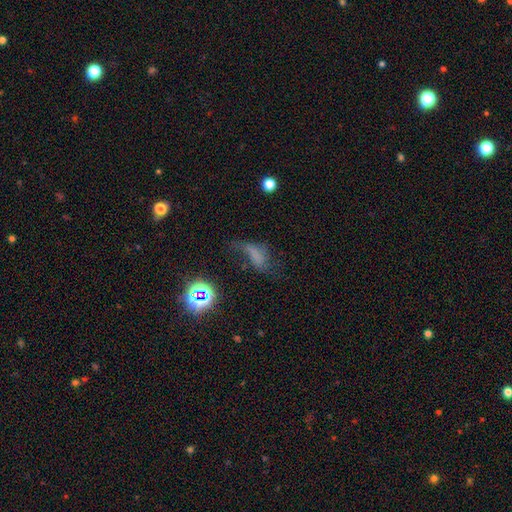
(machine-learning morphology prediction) The model was most divided on "merging": major disturbance: 42%, none: 30%, minor disturbance: 22%, merger: 6%. Remaining: smooth or featured — smooth (45%).